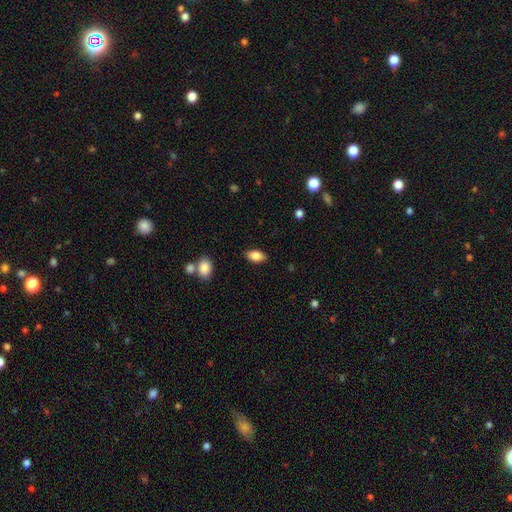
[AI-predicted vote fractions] Morphology: type=smooth (84%); roundness=in between (90%); merging=none (86%).